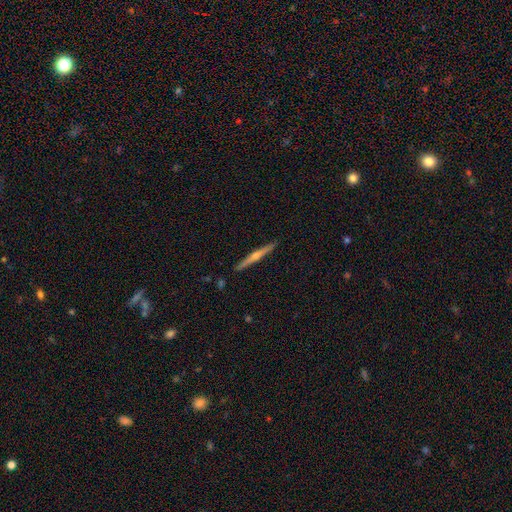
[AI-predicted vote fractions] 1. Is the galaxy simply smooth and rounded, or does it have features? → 75% featured or disk, 19% smooth, 6% star or artifact.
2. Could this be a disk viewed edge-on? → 98% yes, 2% no.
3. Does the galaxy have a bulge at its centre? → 83% rounded, 12% none, 5% boxy.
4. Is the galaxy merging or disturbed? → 91% none, 6% minor disturbance, 1% major disturbance, 1% merger.